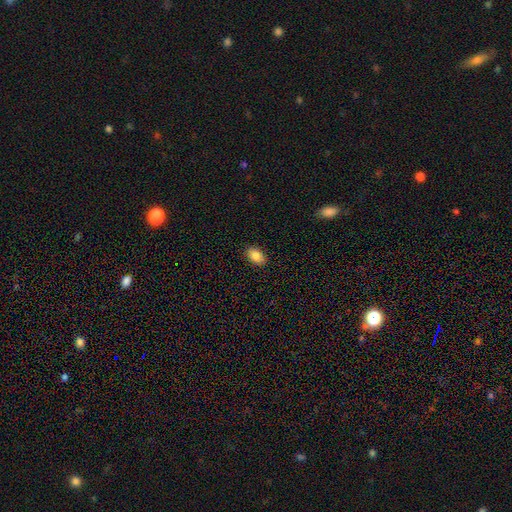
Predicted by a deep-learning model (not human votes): Q: Smooth or featured?
A: smooth (86%); runner-up: star or artifact (8%)
Q: How rounded?
A: in between (91%); runner-up: round (7%)
Q: Merging?
A: none (89%); runner-up: minor disturbance (8%)